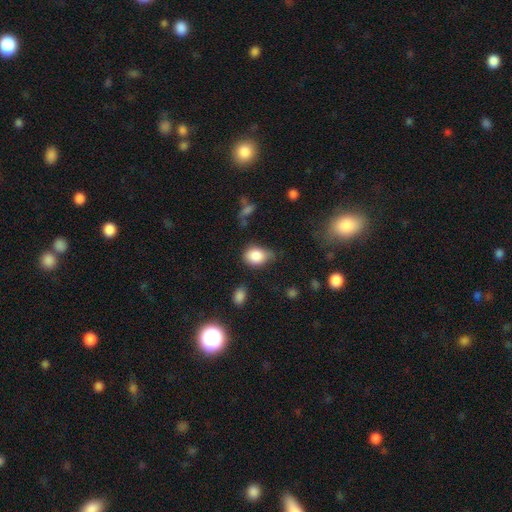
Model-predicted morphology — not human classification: This is clearly a smooth galaxy (84%). How rounded: likely in between (65%). Merging: marginally none (45%).